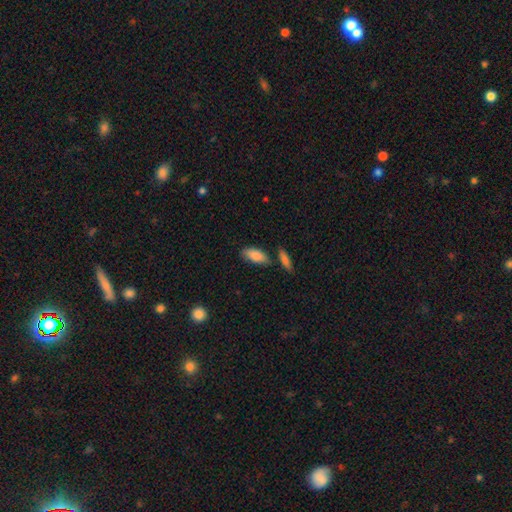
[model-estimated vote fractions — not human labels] smooth 85%, featured or disk 9%, star or artifact 6%. Down the decision tree: how rounded — in between (86%); merging — none (70%).